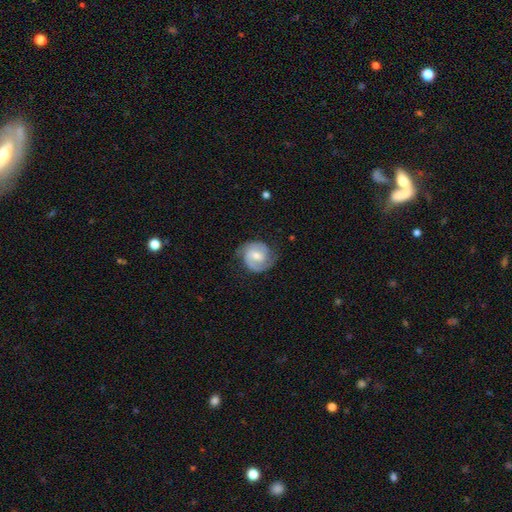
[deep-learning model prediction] Smooth or featured: featured or disk — 81% (smooth — 14%)
Edge-on disk: no — 98% (yes — 2%)
Bar: weak — 54% (no — 30%)
Spiral arms: yes — 95% (no — 5%)
Spiral winding: tight — 44% (tied with medium — 44%)
Spiral arm count: 2 — 85% (1 — 6%)
Bulge size: moderate — 56% (small — 37%)
Merging: none — 75% (minor disturbance — 17%)